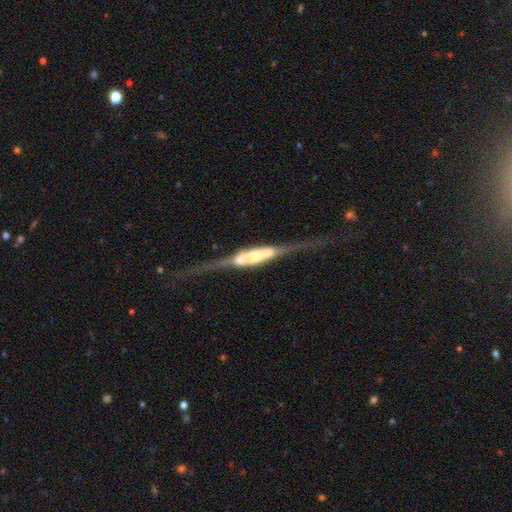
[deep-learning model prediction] Q: Smooth or featured?
A: featured or disk (77%); runner-up: smooth (17%)
Q: Edge-on disk?
A: yes (93%); runner-up: no (7%)
Q: Edge-on bulge?
A: rounded (50%); runner-up: boxy (42%)
Q: Merging?
A: none (51%); runner-up: minor disturbance (20%)